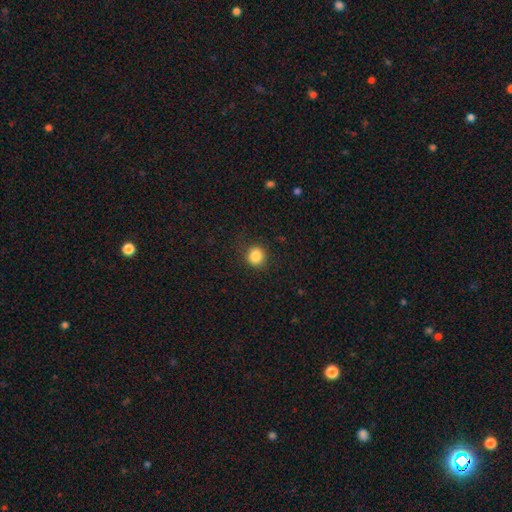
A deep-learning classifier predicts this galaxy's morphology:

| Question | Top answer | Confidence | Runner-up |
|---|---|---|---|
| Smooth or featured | smooth | 85% | star or artifact (10%) |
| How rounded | round | 85% | in between (14%) |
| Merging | none | 85% | minor disturbance (10%) |